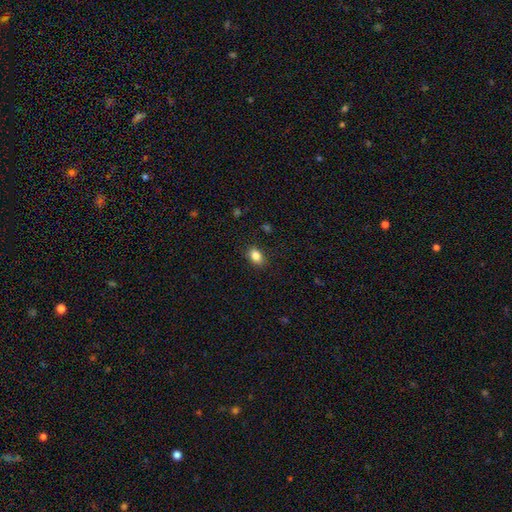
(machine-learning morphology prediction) type=smooth (85%); roundness=in between (77%); merging=none (86%).